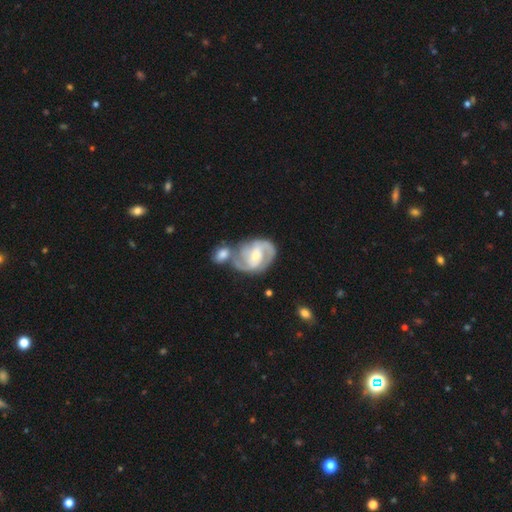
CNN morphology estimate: This appears to be a featured or disk galaxy (87%) with a weak bar (47%), 2 (83%) medium (50%) spiral arms (96%) and a moderate central bulge (50%). Merging: merger (39%, tied with none).